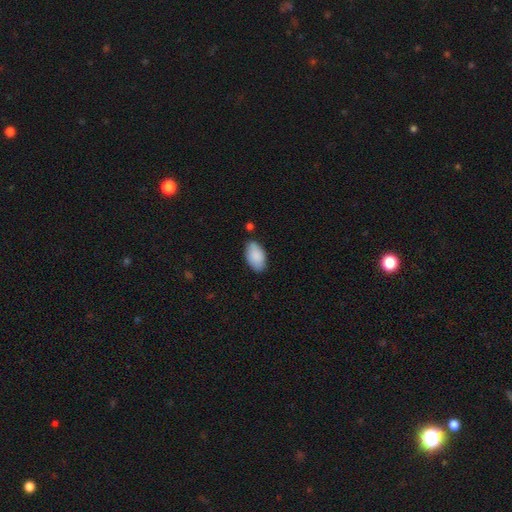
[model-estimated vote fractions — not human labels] Smooth or featured: smooth — 88% (star or artifact — 6%)
How rounded: in between — 95% (round — 3%)
Merging: none — 76% (minor disturbance — 18%)